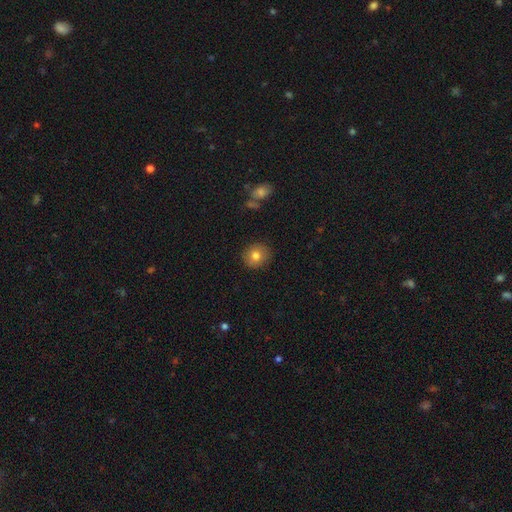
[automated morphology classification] This is likely a smooth galaxy (79%). How rounded: clearly round (83%). Merging: clearly none (88%).